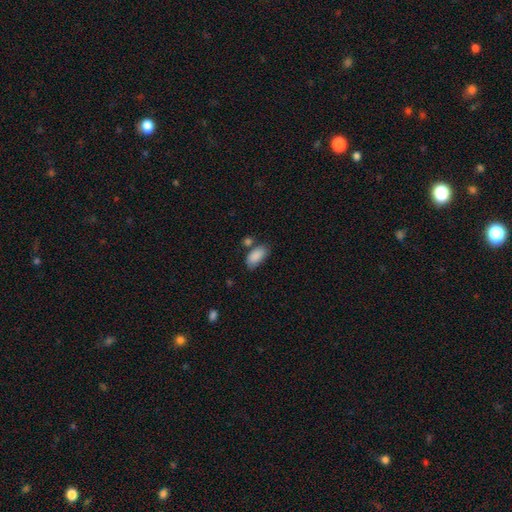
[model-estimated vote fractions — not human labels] This appears to be a smooth galaxy with no disk features (88%) that is in between round and cigar-shaped (93%). Merging: none (64%).